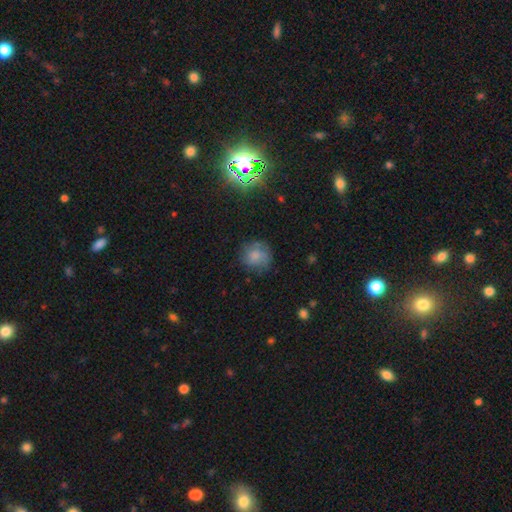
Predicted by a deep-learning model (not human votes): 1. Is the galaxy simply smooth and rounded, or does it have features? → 75% smooth, 15% featured or disk, 11% star or artifact.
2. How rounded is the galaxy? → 87% round, 12% in between, 1% cigar-shaped.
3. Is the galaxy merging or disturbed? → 71% none, 20% minor disturbance, 7% major disturbance, 2% merger.